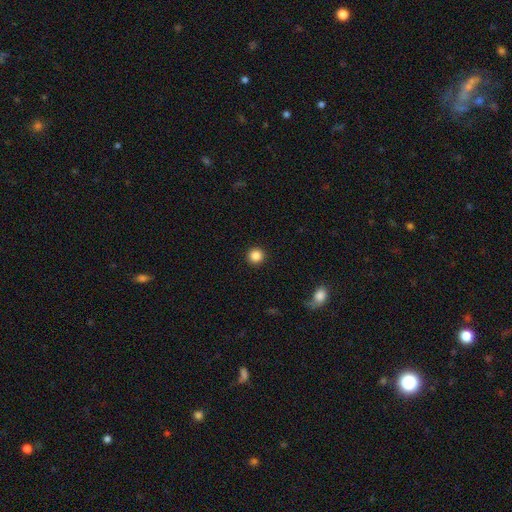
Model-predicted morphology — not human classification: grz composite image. It shows a smooth galaxy with no disk features (86%) that is round (96%). Merging: none (93%).